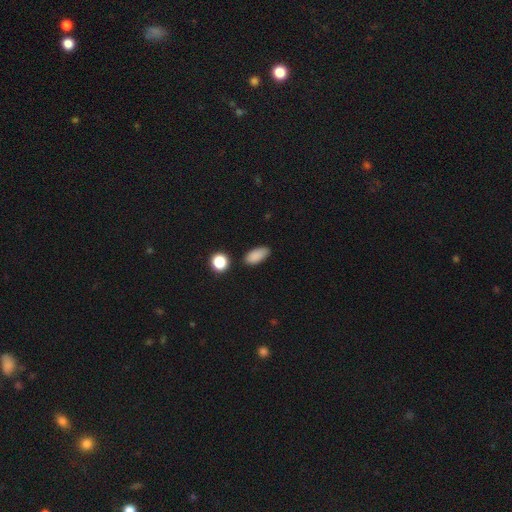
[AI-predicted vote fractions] smooth 87%, star or artifact 9%, featured or disk 4%. Down the decision tree: how rounded — in between (88%); merging — none (80%).